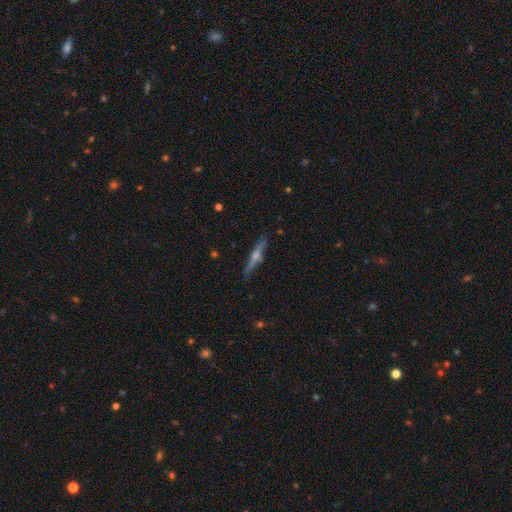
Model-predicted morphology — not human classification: smooth-or-featured: featured or disk: 70% | smooth: 23% | star or artifact: 7%
  disk-edge-on: yes: 97% | no: 3%
    edge-on-bulge: rounded: 84% | none: 10% | boxy: 6%
  merging: none: 86% | minor disturbance: 10% | major disturbance: 2% | merger: 2%